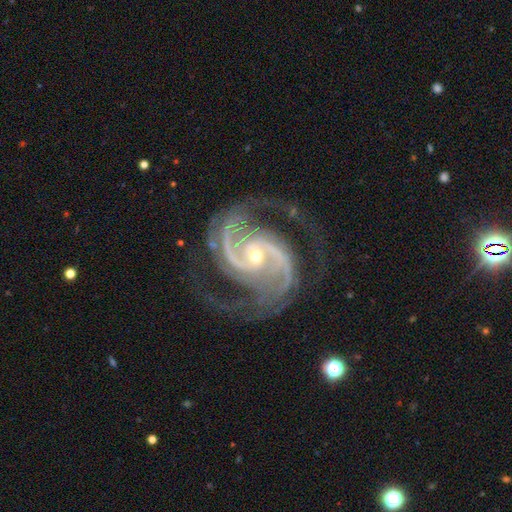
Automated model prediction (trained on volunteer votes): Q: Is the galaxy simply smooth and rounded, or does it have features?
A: featured or disk — 94%.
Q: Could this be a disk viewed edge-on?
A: no — 98%.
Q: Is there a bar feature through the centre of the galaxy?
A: no — 48%.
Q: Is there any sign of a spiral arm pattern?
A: yes — 99%.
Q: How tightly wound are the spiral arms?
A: medium — 59%.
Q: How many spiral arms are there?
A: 2 — 75%.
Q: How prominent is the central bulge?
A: small — 63%.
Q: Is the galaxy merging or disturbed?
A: none — 73%.